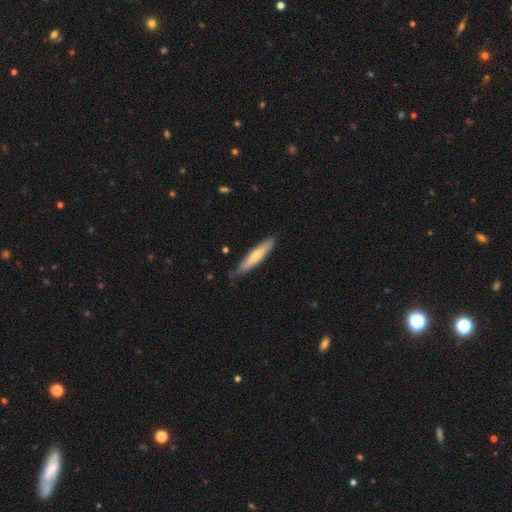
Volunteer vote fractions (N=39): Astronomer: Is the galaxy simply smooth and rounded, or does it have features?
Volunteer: smooth — 56% (runner-up: featured or disk, 41%).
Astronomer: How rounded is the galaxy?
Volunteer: cigar-shaped — 86%.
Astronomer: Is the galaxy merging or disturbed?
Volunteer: none — 66%.